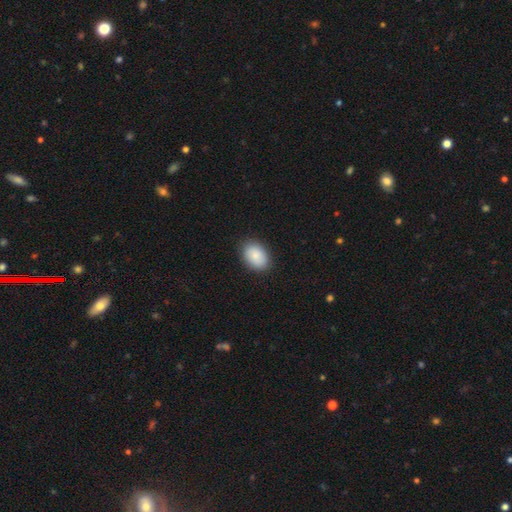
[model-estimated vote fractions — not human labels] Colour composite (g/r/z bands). It shows a smooth galaxy with no disk features (88%) that is in between round and cigar-shaped (84%). Merging: none (88%).